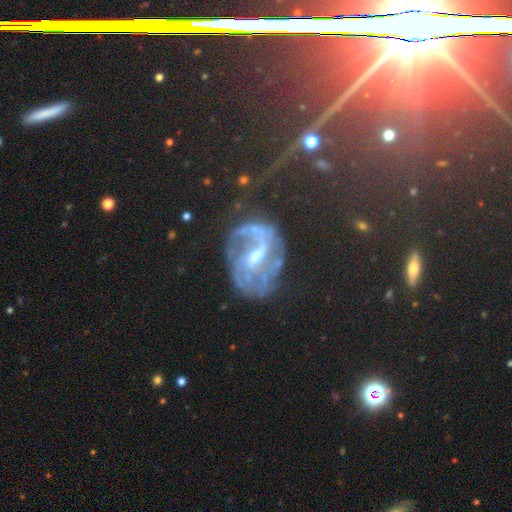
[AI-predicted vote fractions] smooth_or_featured: featured or disk (p=0.72) [alt: star or artifact p=0.19]
disk_edge_on: no (p=0.95) [alt: yes p=0.05]
bar: weak (p=0.43) [alt: strong p=0.33]
has_spiral_arms: yes (p=0.85) [alt: no p=0.15]
spiral_winding: medium (p=0.42) [alt: tight p=0.32]
spiral_arm_count: 2 (p=0.51) [alt: can't tell p=0.24]
bulge_size: small (p=0.50) [alt: moderate p=0.45]
merging: none (p=0.60) [alt: minor disturbance p=0.21]